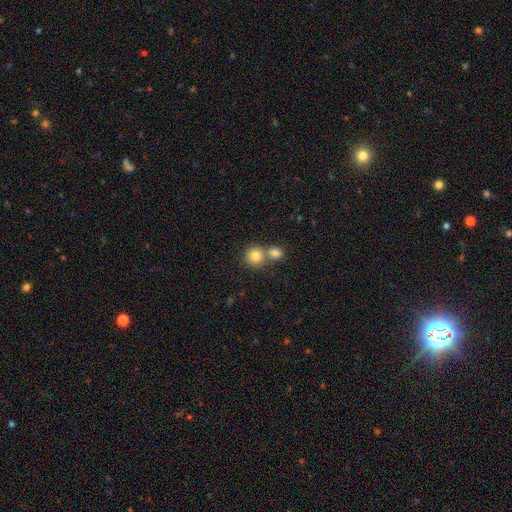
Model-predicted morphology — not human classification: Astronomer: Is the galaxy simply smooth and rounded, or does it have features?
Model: smooth — 81%.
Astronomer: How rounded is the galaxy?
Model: round — 87%.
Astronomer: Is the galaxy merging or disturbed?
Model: none — 47% (runner-up: merger, 45%).